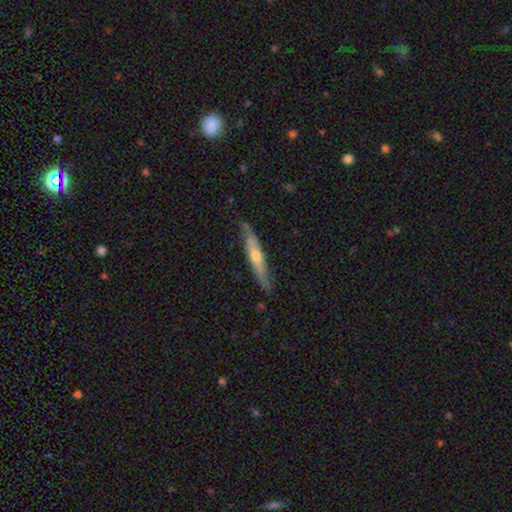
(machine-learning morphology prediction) This is likely a featured or disk galaxy (62%). It is clearly viewed edge-on (84%). Edge-on bulge: likely rounded (78%). Merging: likely none (80%).